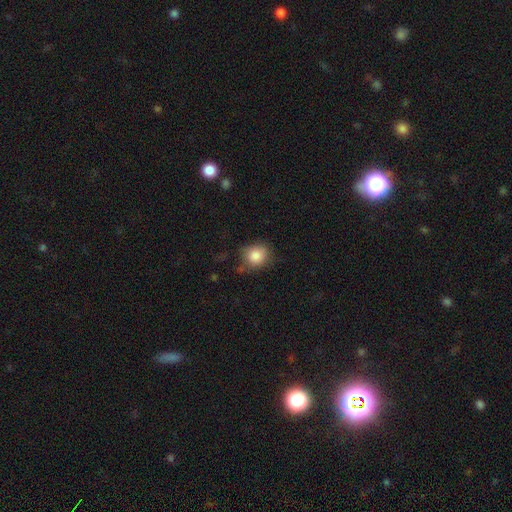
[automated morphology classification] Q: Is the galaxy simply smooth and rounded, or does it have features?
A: smooth — 85%.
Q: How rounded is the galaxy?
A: round — 72%.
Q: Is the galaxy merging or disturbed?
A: none — 64%.